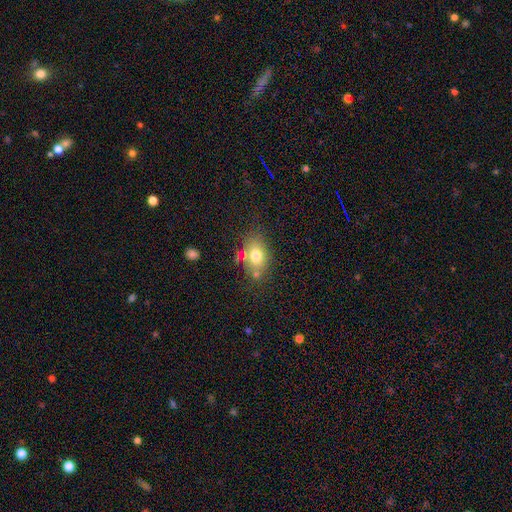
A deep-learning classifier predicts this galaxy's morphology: Smooth or featured? smooth (73%)
How rounded? in between (74%)
Merging? none (63%)